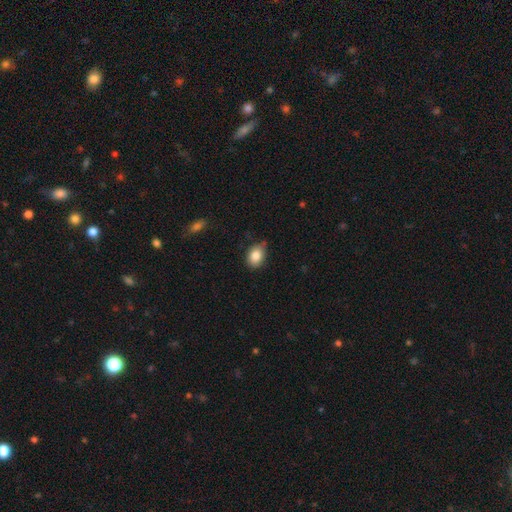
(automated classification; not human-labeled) Smooth or featured: smooth — 85% (star or artifact — 8%)
How rounded: in between — 70% (round — 29%)
Merging: none — 75% (minor disturbance — 20%)